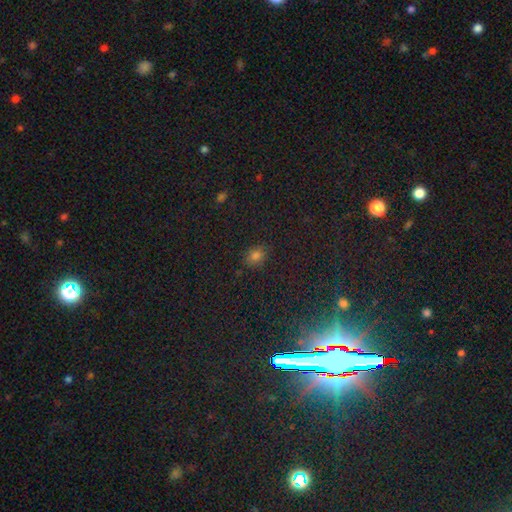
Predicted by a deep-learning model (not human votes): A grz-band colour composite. It shows a smooth galaxy with no disk features (76%) that is in between round and cigar-shaped (51%). Merging: none (83%).